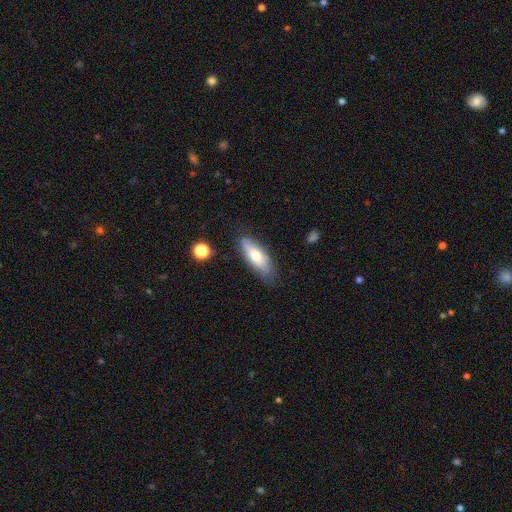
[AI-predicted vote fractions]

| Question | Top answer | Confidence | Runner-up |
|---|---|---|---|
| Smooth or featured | smooth | 67% | featured or disk (27%) |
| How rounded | in between | 59% | cigar-shaped (39%) |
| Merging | none | 75% | minor disturbance (19%) |